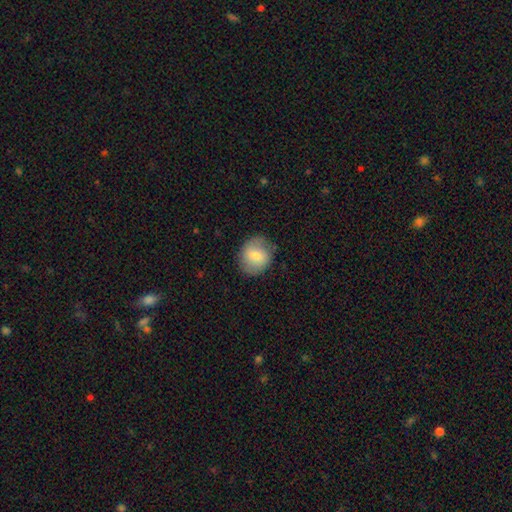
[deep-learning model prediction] This is likely a smooth galaxy (70%). How rounded: likely round (71%). Merging: likely none (79%).